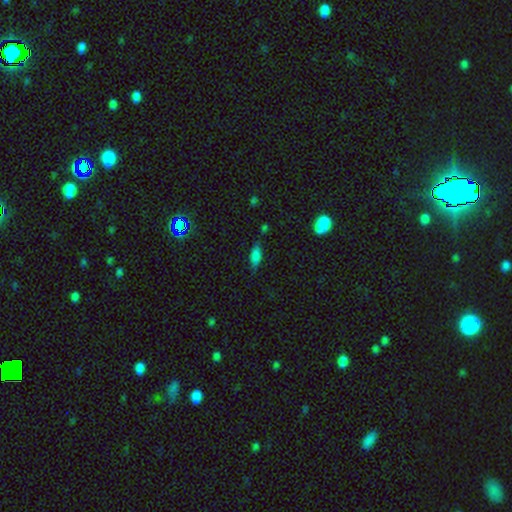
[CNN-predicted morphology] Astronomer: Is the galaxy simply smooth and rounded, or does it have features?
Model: smooth — 77%.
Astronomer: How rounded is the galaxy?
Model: in between — 70%.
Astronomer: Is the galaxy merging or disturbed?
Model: none — 71%.